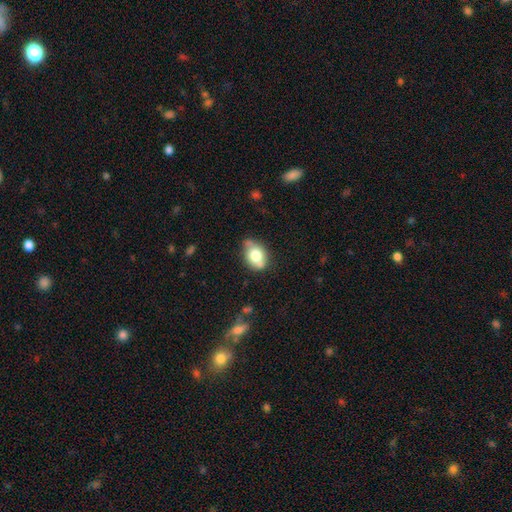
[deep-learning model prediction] A smooth galaxy with no disk features (72%) that is in between round and cigar-shaped (74%). Merging: none (61%).